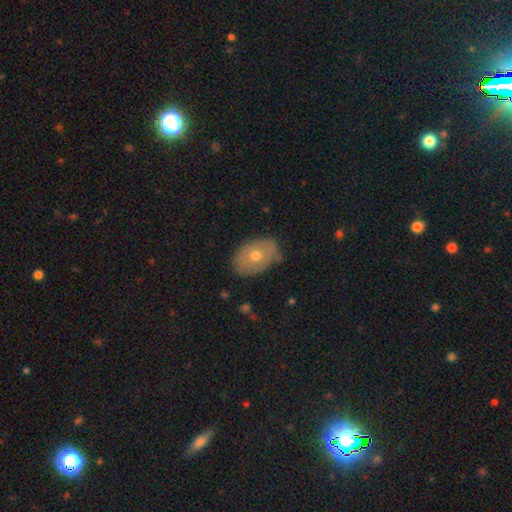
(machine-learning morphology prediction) Smooth or featured?
  - smooth: 57% *
  - featured or disk: 35%
  - star or artifact: 8%
How rounded?
  - in between: 83% *
  - round: 16%
  - cigar-shaped: 1%
Merging?
  - none: 76% *
  - minor disturbance: 19%
  - major disturbance: 4%
  - merger: 1%